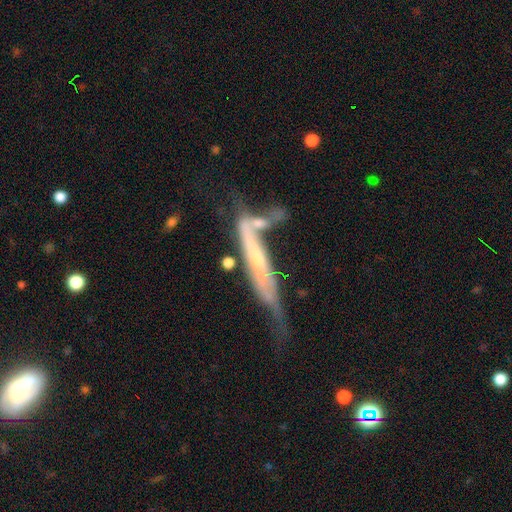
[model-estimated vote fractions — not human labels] A featured or disk galaxy (65%) viewed edge-on (65%).

Vote fractions:
- Smooth or featured? featured or disk: 65% / smooth: 28% / star or artifact: 7%
- Edge-on disk? yes: 65% / no: 35%
- Merging? merger: 35% / major disturbance: 24% / none: 22% / minor disturbance: 19%